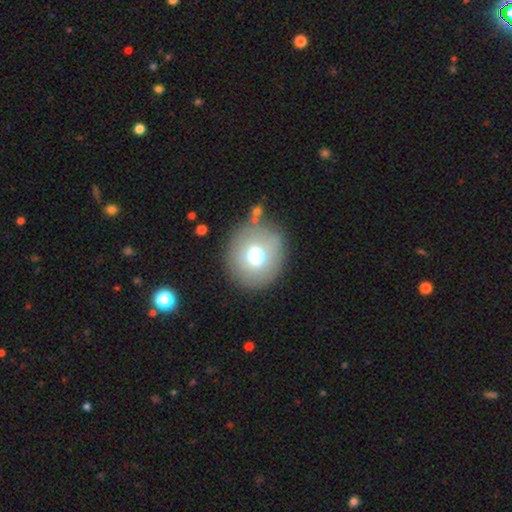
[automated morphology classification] This is likely a smooth galaxy (68%). How rounded: clearly round (88%). Merging: likely none (80%).